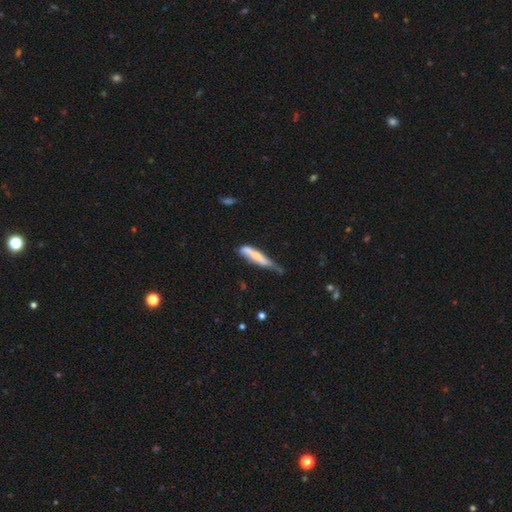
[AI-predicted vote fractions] Smooth or featured? Predicted: smooth (p=0.58). How rounded? Predicted: cigar-shaped (p=0.84). Merging? Predicted: minor disturbance (p=0.42).